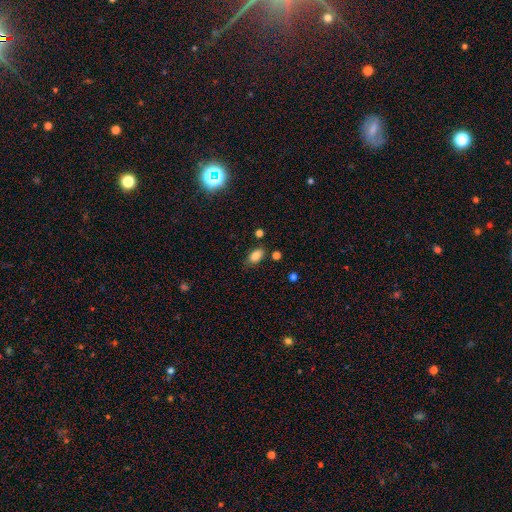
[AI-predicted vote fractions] Smooth or featured? Predicted: smooth (p=0.83). How rounded? Predicted: in between (p=0.89). Merging? Predicted: none (p=0.79).